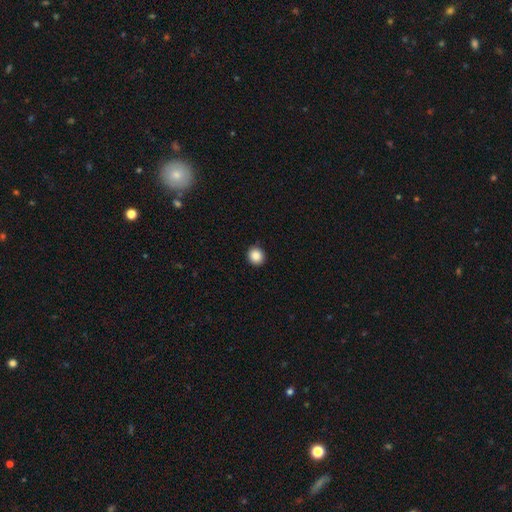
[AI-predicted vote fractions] This appears to be a smooth galaxy with no disk features (88%) that is round (85%). Merging: none (91%).